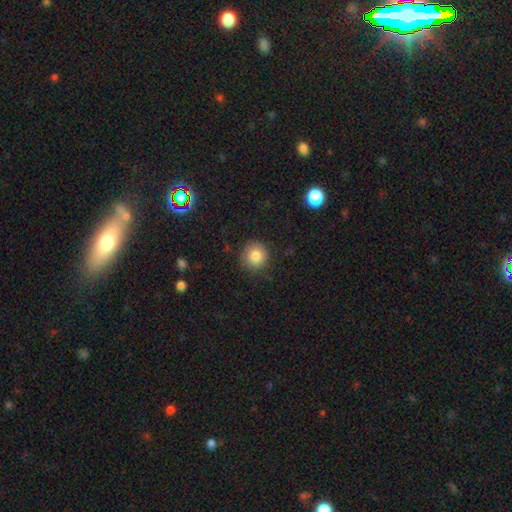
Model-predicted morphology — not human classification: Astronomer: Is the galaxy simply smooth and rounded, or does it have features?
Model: smooth — 83%.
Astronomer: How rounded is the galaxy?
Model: round — 92%.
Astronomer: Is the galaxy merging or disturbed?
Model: none — 84%.